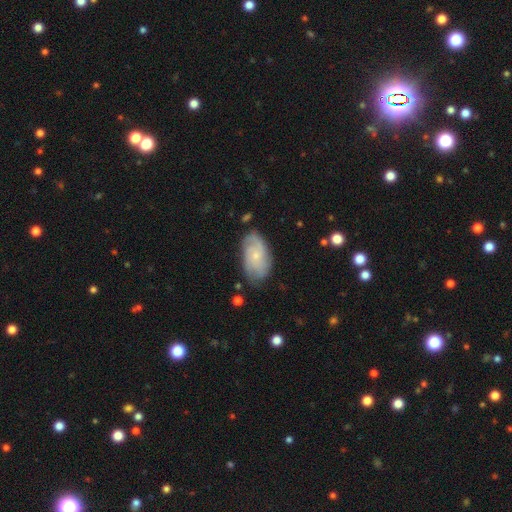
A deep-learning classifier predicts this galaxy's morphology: This is likely a featured or disk galaxy (63%). It is clearly not viewed edge-on (95%). Bar: likely no (79%). Spiral arm pattern: clearly yes (89%). Spiral arm count: marginally can't tell (36%). Spiral winding: possibly tight (51%). Central bulge: likely small (76%). Merging: likely none (71%).